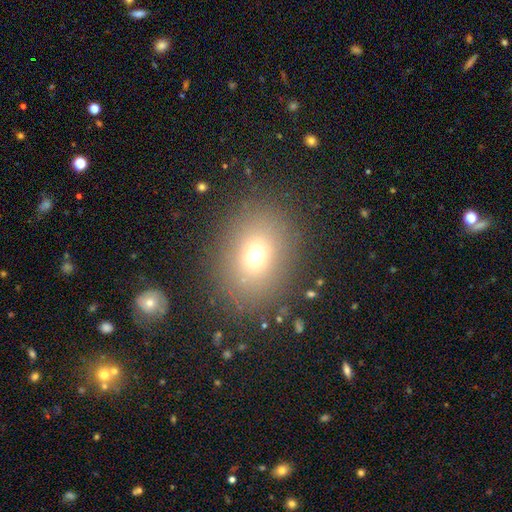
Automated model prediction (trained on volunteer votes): smooth_or_featured: smooth (p=0.70) [alt: star or artifact p=0.17]
how_rounded: in between (p=0.51) [alt: round p=0.48]
merging: none (p=0.84) [alt: minor disturbance p=0.09]